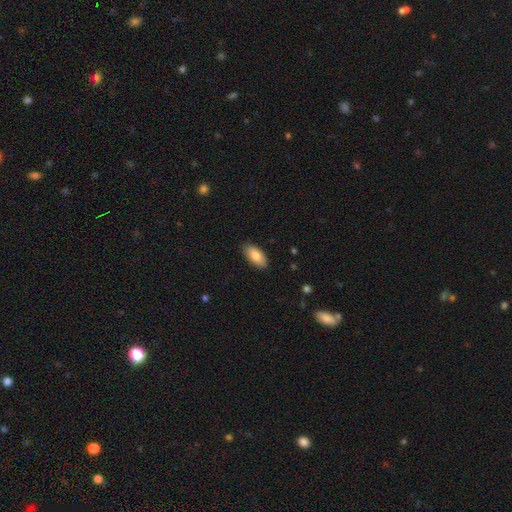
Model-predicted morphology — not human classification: Smooth or featured? smooth (85%)
How rounded? in between (91%)
Merging? none (86%)